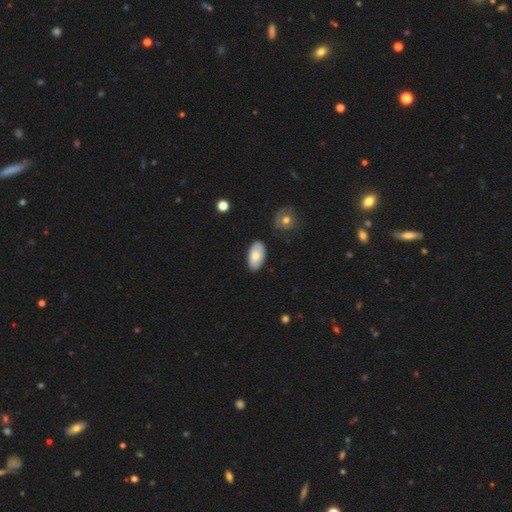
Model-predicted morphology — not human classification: A smooth galaxy with no disk features (71%) that is in between round and cigar-shaped (95%).

Vote fractions:
- Smooth or featured? smooth: 71% / featured or disk: 22% / star or artifact: 6%
- How rounded? in between: 95% / round: 3% / cigar-shaped: 2%
- Merging? none: 84% / minor disturbance: 11% / merger: 2% / major disturbance: 2%